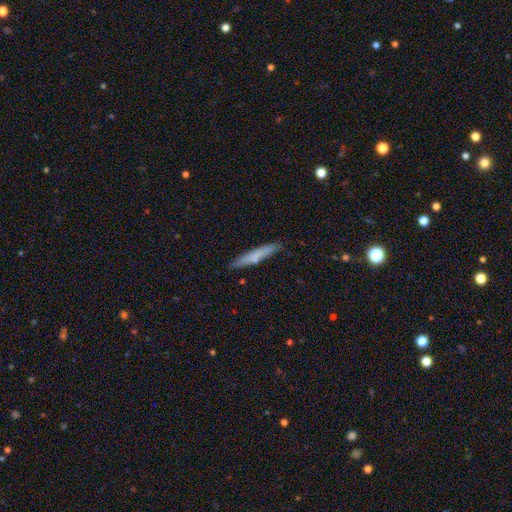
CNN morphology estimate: type=smooth (66%); roundness=cigar-shaped (93%); merging=none (86%).